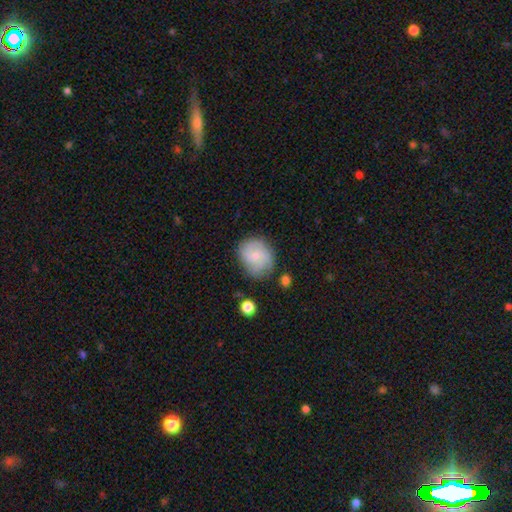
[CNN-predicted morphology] featured or disk 48%, smooth 44%, star or artifact 8%. Down the decision tree: merging — none (70%).